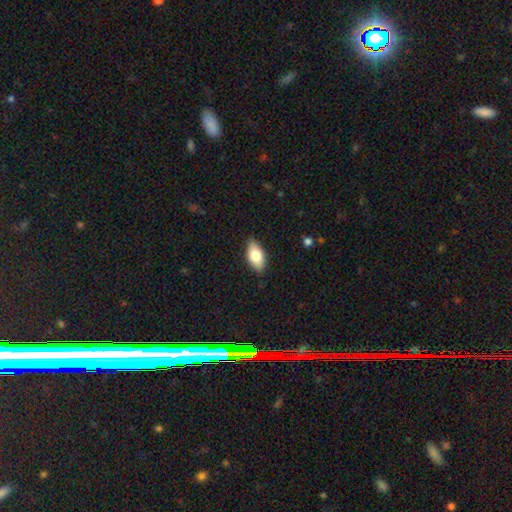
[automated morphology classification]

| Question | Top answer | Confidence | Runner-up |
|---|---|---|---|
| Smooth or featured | smooth | 77% | featured or disk (16%) |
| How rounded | in between | 91% | cigar-shaped (5%) |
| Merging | none | 86% | minor disturbance (11%) |